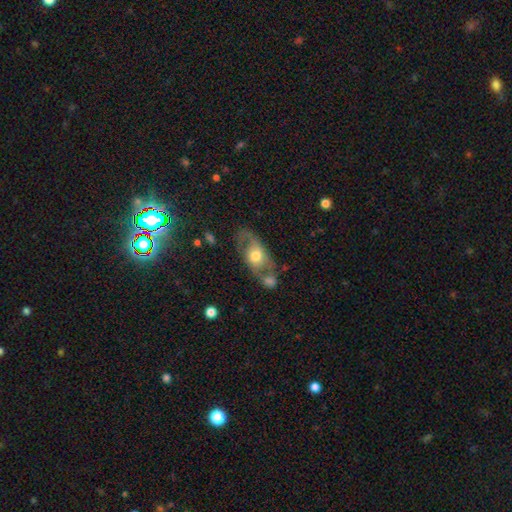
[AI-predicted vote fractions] smooth_or_featured: featured or disk (p=0.53) [alt: smooth p=0.40]
disk_edge_on: no (p=0.87) [alt: yes p=0.13]
merging: none (p=0.45) [alt: merger p=0.21]